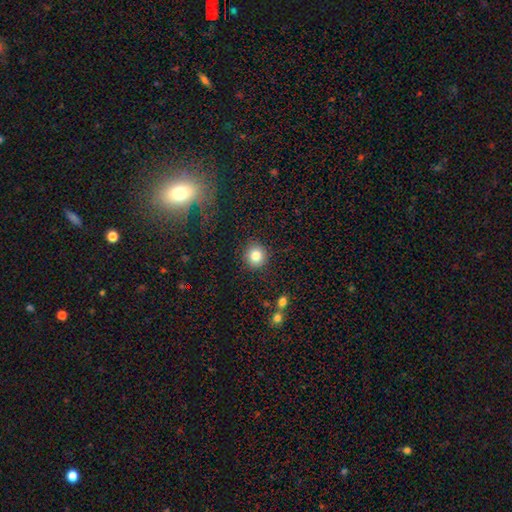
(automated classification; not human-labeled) Overall: smooth (82%). How rounded: round (90%). Merging: none (89%).